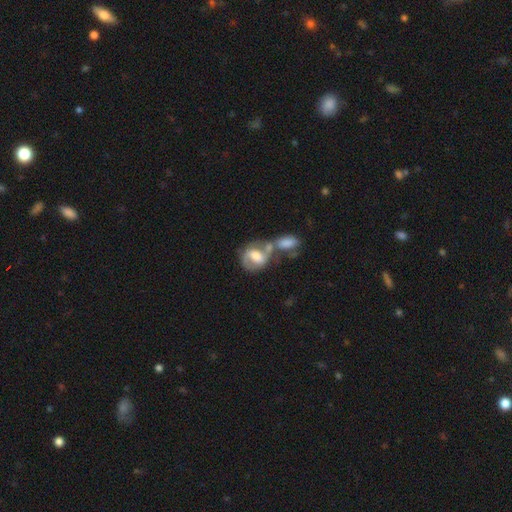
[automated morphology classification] This appears to be a featured or disk galaxy (63%) with a weak bar (43%), spiral arms (78%) and a moderate central bulge (57%). Merging: merger (57%).